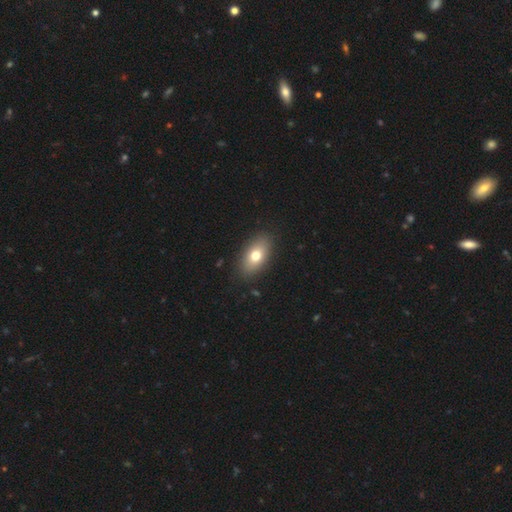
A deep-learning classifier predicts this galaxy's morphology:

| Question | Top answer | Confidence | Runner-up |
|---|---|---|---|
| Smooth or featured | smooth | 73% | featured or disk (19%) |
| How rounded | in between | 89% | round (8%) |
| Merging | none | 87% | minor disturbance (9%) |